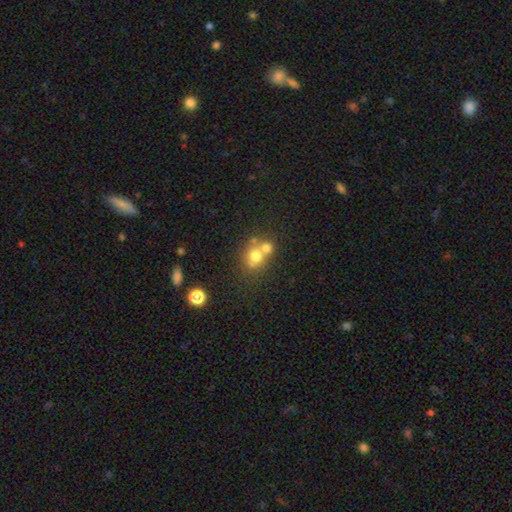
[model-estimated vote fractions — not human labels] smooth_or_featured: smooth (p=0.69) [alt: featured or disk p=0.17]
how_rounded: round (p=0.74) [alt: in between p=0.25]
merging: merger (p=0.53) [alt: none p=0.36]